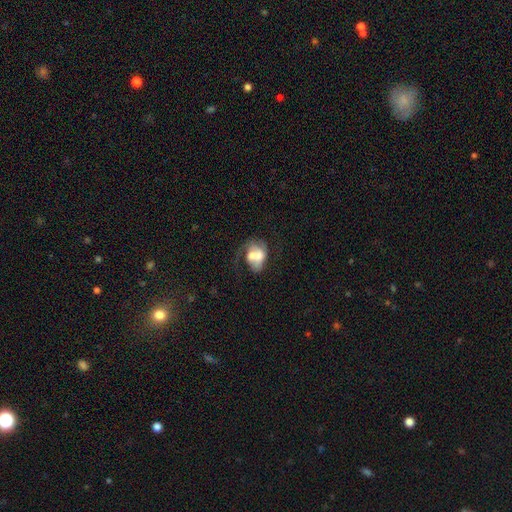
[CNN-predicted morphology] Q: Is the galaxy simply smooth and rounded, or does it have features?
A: smooth — 47%.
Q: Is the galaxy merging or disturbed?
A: merger — 38%.